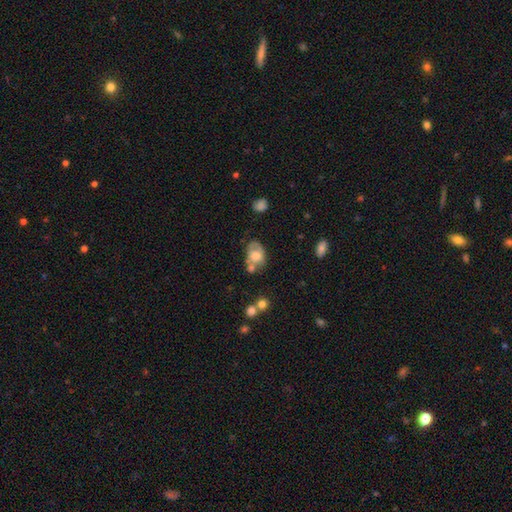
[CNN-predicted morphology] Smooth or featured? Predicted: smooth (p=0.56). How rounded? Predicted: in between (p=0.75). Merging? Predicted: none (p=0.35).